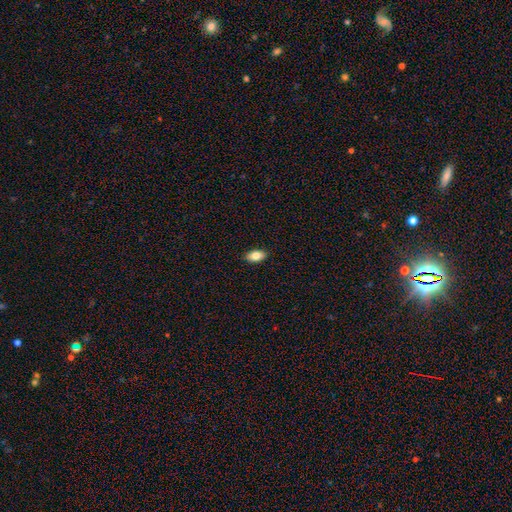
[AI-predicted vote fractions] Q: Smooth or featured?
A: smooth (83%); runner-up: featured or disk (9%)
Q: How rounded?
A: in between (91%); runner-up: round (6%)
Q: Merging?
A: none (90%); runner-up: minor disturbance (8%)